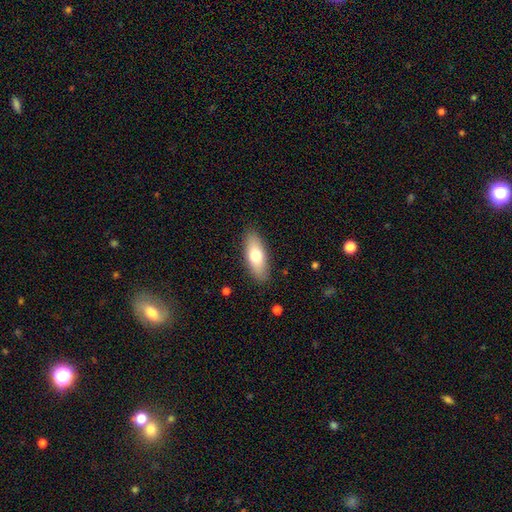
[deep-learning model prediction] A smooth galaxy with no disk features (71%) that is in between round and cigar-shaped (74%). Merging: none (87%).